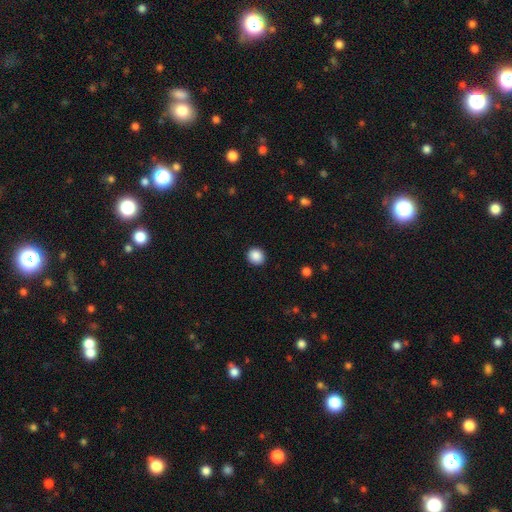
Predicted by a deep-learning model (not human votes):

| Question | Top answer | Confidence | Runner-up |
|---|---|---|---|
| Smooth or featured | smooth | 89% | star or artifact (9%) |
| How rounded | round | 87% | in between (12%) |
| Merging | none | 92% | minor disturbance (6%) |